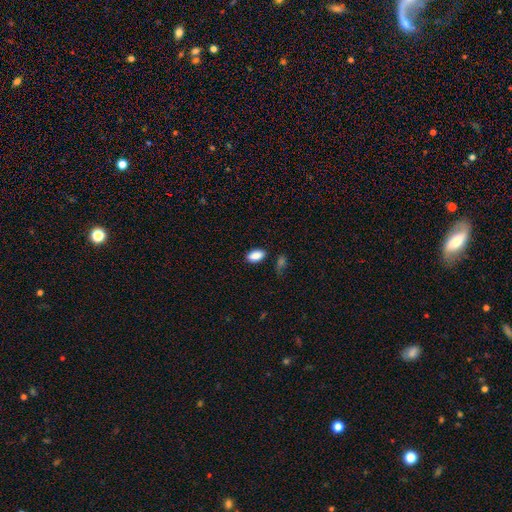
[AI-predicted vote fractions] Morphology: type=smooth (89%); roundness=in between (93%); merging=none (82%).